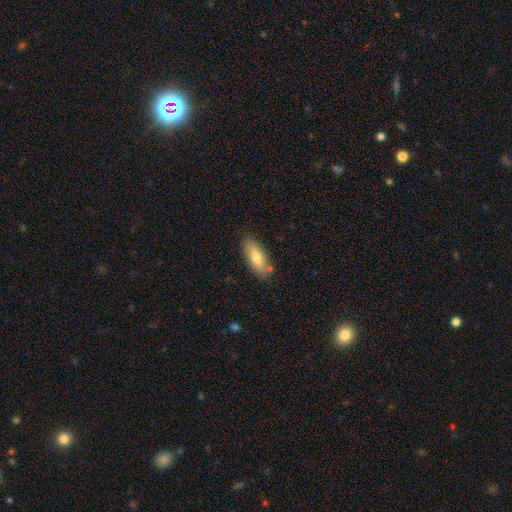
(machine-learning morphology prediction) type=smooth (73%); roundness=in between (75%); merging=none (80%).